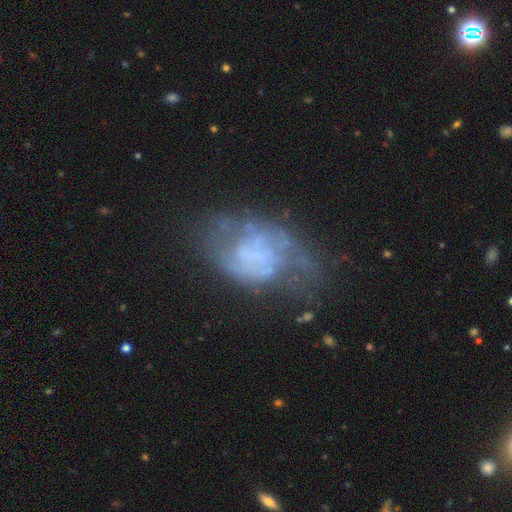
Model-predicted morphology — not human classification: Smooth or featured: featured or disk — 66% (smooth — 22%)
Edge-on disk: no — 97% (yes — 3%)
Bar: no — 82% (weak — 14%)
Spiral arms: no — 57% (yes — 43%)
Bulge size: none — 74% (small — 10%)
Merging: none — 40% (major disturbance — 30%)